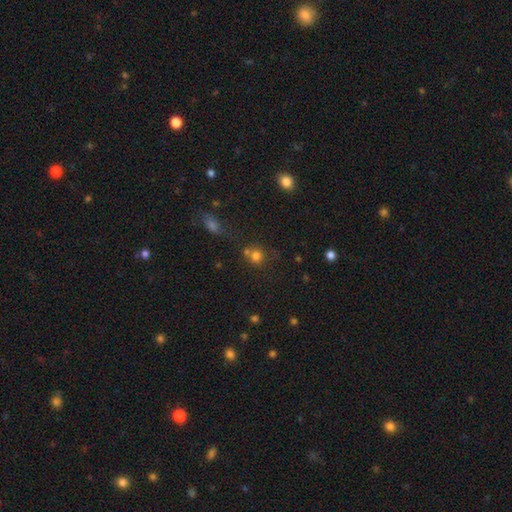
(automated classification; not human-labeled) smooth_or_featured: smooth (p=0.75) [alt: star or artifact p=0.16]
how_rounded: round (p=0.84) [alt: in between p=0.15]
merging: none (p=0.53) [alt: merger p=0.30]